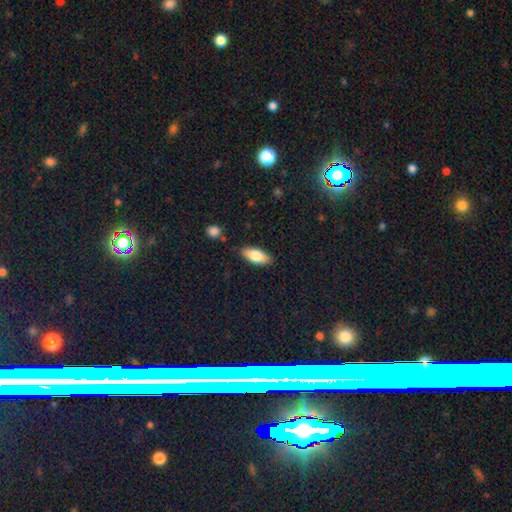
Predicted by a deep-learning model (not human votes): smooth-or-featured: smooth: 78% | featured or disk: 15% | star or artifact: 7%
  how-rounded: in between: 86% | cigar-shaped: 12% | round: 3%
  merging: none: 81% | minor disturbance: 14% | major disturbance: 3% | merger: 3%